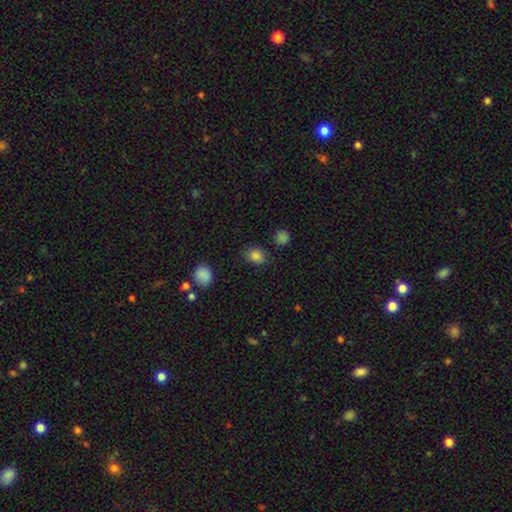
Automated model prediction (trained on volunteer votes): The model was most divided on "how rounded": round: 50%, in between: 48%, cigar-shaped: 1%. More confident: smooth or featured — smooth (84%); merging — none (80%).